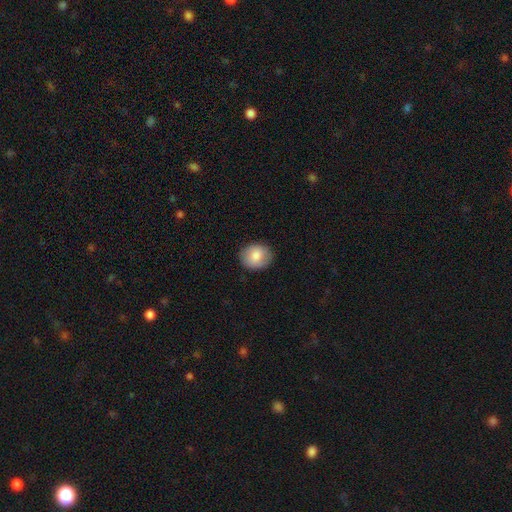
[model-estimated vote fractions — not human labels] smooth 81%, featured or disk 12%, star or artifact 7%. Down the decision tree: how rounded — round (62%); merging — none (86%).